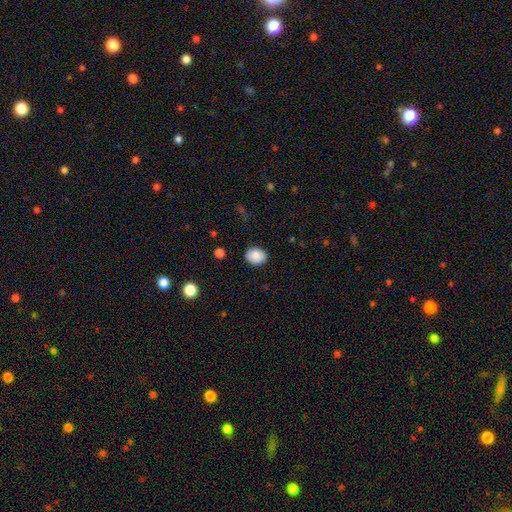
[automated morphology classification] Smooth or featured? Predicted: smooth (p=0.87). How rounded? Predicted: in between (p=0.54). Merging? Predicted: none (p=0.87).